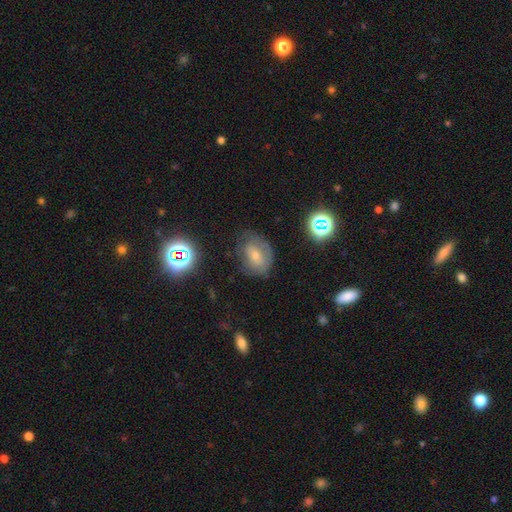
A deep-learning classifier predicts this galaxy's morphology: smooth-or-featured: smooth: 50% | featured or disk: 35% | star or artifact: 15%
  how-rounded: in between: 66% | round: 32% | cigar-shaped: 1%
  merging: none: 56% | minor disturbance: 26% | major disturbance: 15% | merger: 2%